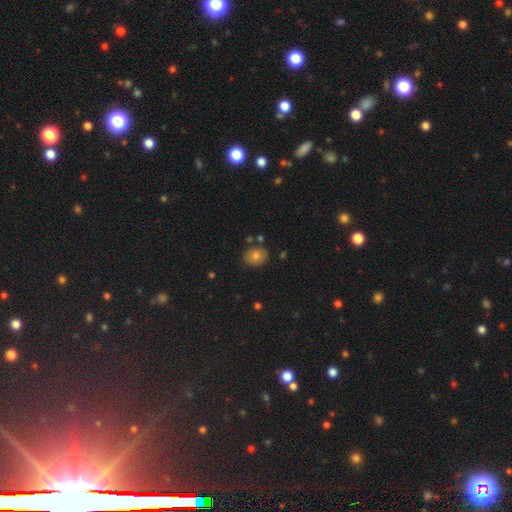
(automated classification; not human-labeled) This is likely a smooth galaxy (77%). How rounded: possibly round (54%). Merging: clearly none (81%).